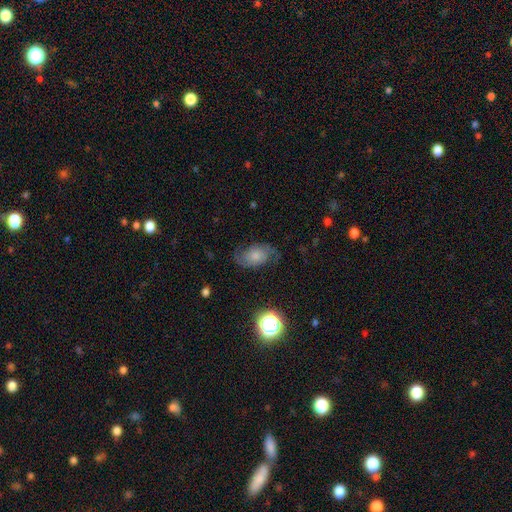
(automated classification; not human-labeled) Overall: featured or disk (60%; smooth 29%). Edge-on disk: no (96%). Bar: no (73%). Spiral arms: yes (90%). Spiral arm count: 2 (87%). Spiral winding: medium (45%; loose 33%). Bulge size: moderate (37%; small 29%). Merging: none (68%).